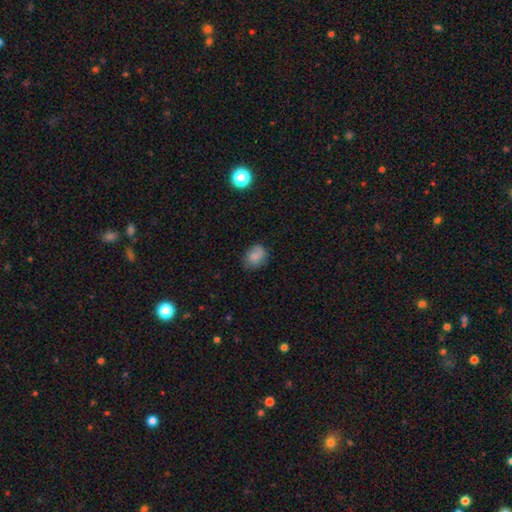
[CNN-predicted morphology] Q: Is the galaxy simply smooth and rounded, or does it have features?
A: smooth — 78%.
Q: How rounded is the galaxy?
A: in between — 50%.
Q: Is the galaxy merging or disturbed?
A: none — 70%.